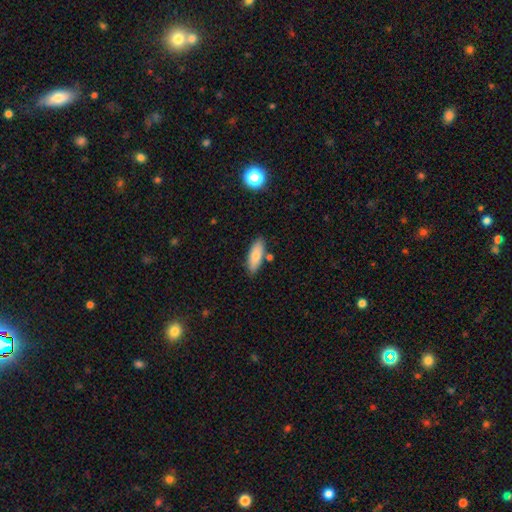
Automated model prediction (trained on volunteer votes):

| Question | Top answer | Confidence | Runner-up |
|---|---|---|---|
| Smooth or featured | smooth | 80% | featured or disk (14%) |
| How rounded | in between | 68% | cigar-shaped (30%) |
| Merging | none | 81% | minor disturbance (12%) |